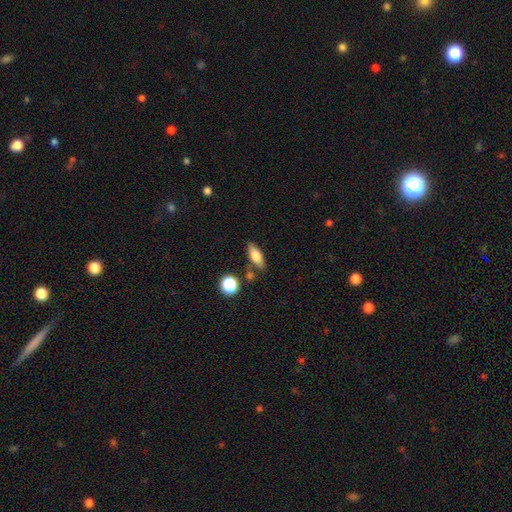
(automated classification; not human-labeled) This appears to be a smooth galaxy with no disk features (72%) that is in between round and cigar-shaped (68%). Merging: none (74%).